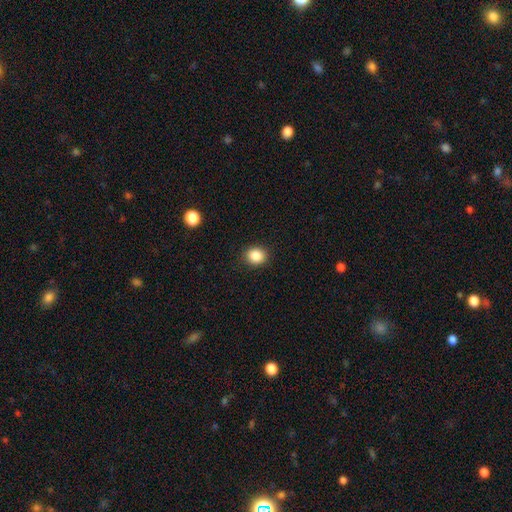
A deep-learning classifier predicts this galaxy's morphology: The model was most divided on "how rounded": round: 69%, in between: 30%, cigar-shaped: 1%. More confident: merging — none (90%); smooth or featured — smooth (86%).